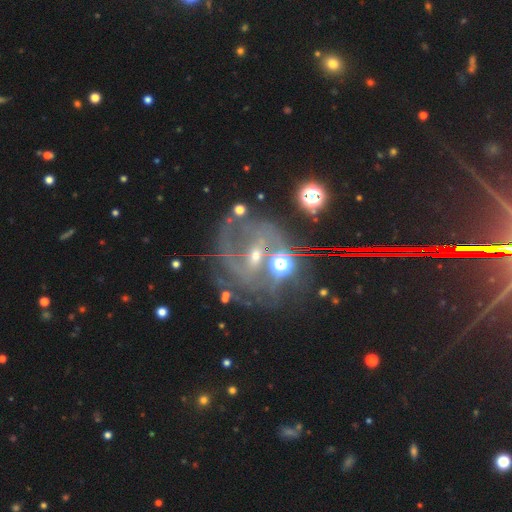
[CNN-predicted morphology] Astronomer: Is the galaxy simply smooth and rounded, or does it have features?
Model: featured or disk — 69%.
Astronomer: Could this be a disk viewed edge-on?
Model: no — 96%.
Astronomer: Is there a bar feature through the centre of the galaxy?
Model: weak — 37% (runner-up: no, 33%).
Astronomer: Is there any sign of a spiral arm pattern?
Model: yes — 74%.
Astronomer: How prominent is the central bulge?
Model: small — 51% (runner-up: moderate, 37%).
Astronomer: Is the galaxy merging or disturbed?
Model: none — 47% (runner-up: major disturbance, 25%).